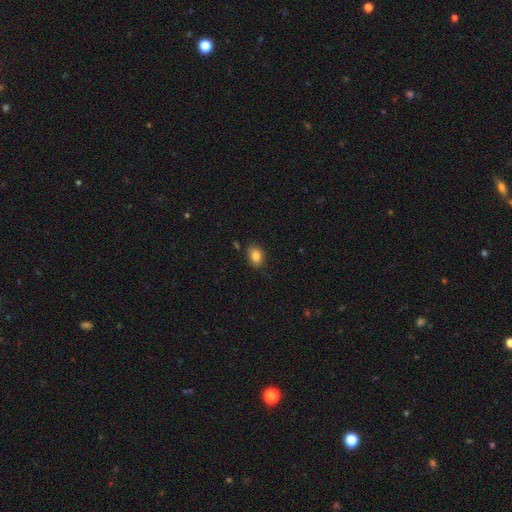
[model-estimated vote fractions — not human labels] The model was most divided on "how rounded": in between: 69%, round: 30%, cigar-shaped: 1%. More confident: smooth or featured — smooth (85%); merging — none (80%).